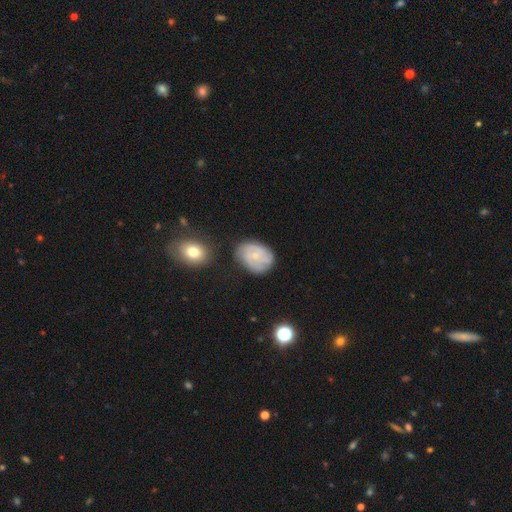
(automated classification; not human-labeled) This appears to be a featured or disk galaxy (64%) with no bar (77%), tight (56%) spiral arms (86%) and a small central bulge (76%). Merging: none (70%).